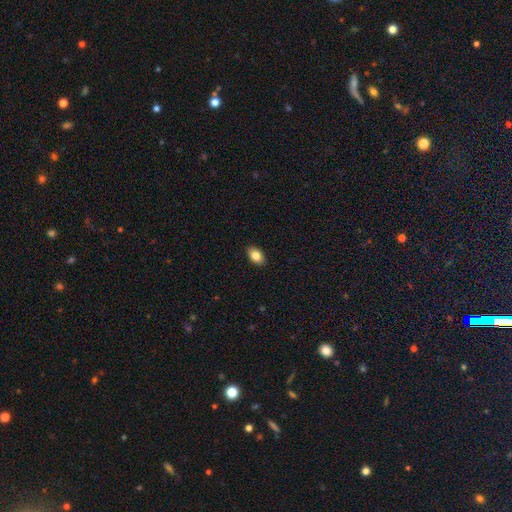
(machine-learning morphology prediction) A smooth galaxy with no disk features (83%) that is in between round and cigar-shaped (90%).

Vote fractions:
- Smooth or featured? smooth: 83% / featured or disk: 9% / star or artifact: 8%
- How rounded? in between: 90% / round: 9% / cigar-shaped: 2%
- Merging? none: 90% / minor disturbance: 8% / major disturbance: 2% / merger: 1%